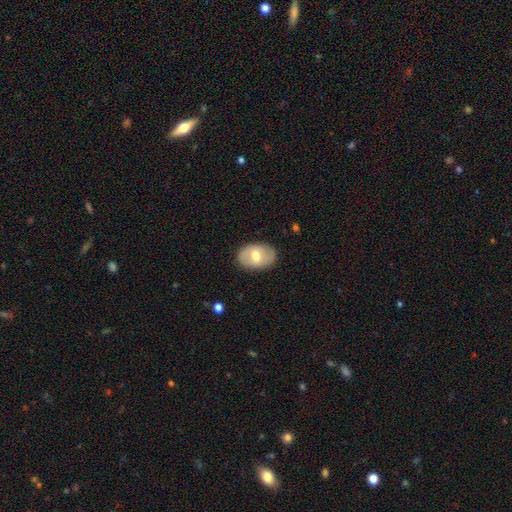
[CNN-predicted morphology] Overall: smooth (61%; featured or disk 33%). How rounded: in between (83%). Merging: none (86%).